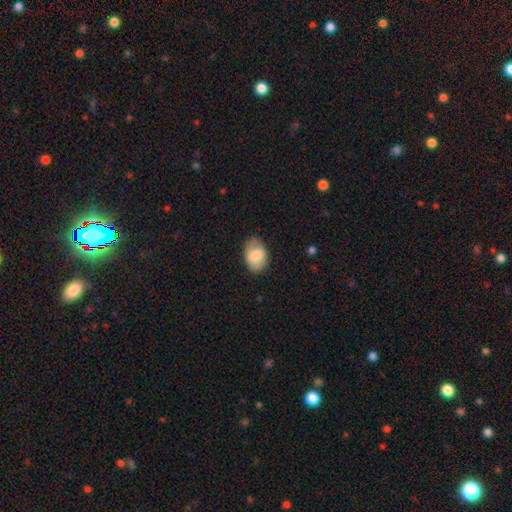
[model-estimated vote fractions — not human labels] A smooth galaxy with no disk features (75%) that is in between round and cigar-shaped (82%).

Vote fractions:
- Smooth or featured? smooth: 75% / featured or disk: 17% / star or artifact: 7%
- How rounded? in between: 82% / round: 17% / cigar-shaped: 1%
- Merging? none: 70% / minor disturbance: 23% / major disturbance: 6% / merger: 1%